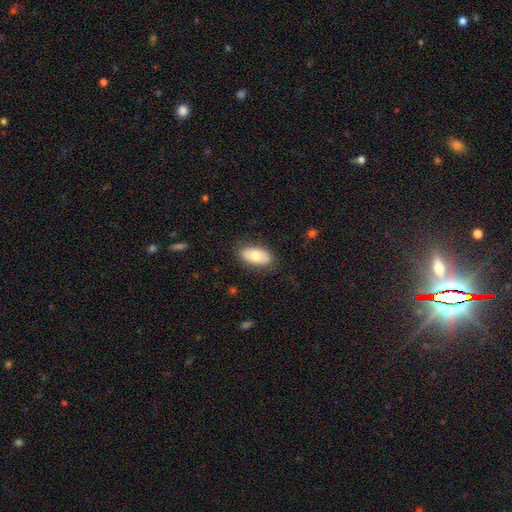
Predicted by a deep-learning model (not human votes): This appears to be a smooth galaxy with no disk features (69%) that is in between round and cigar-shaped (94%). Merging: none (83%).